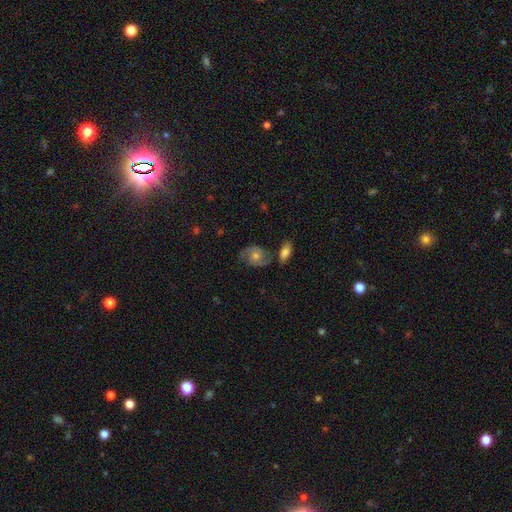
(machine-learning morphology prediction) This appears to be a featured or disk galaxy (75%) with no bar (75%), 2 (87%) medium (49%) spiral arms (94%) and a moderate central bulge (60%). Merging: none (68%).